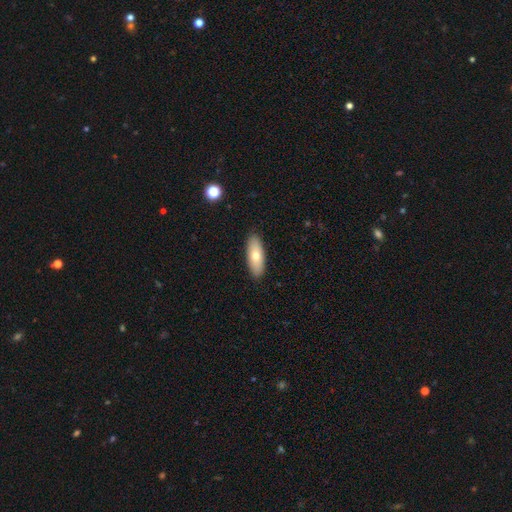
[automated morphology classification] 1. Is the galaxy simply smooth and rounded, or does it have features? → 71% smooth, 23% featured or disk, 6% star or artifact.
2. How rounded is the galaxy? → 73% in between, 25% cigar-shaped, 2% round.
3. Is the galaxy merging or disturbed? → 89% none, 8% minor disturbance, 2% major disturbance, 1% merger.